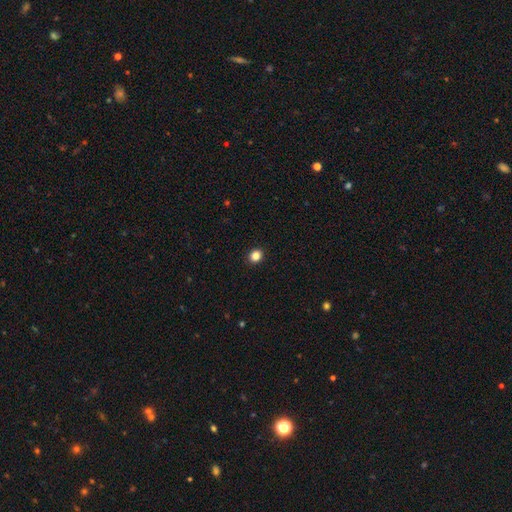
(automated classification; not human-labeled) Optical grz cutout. It shows a smooth galaxy with no disk features (85%) that is round (70%). Merging: none (92%).